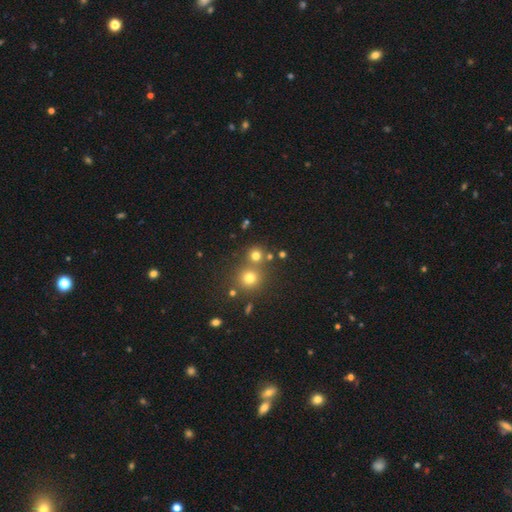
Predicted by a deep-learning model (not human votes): smooth 73%, star or artifact 19%, featured or disk 8%. Down the decision tree: how rounded — round (90%); merging — none (68%).